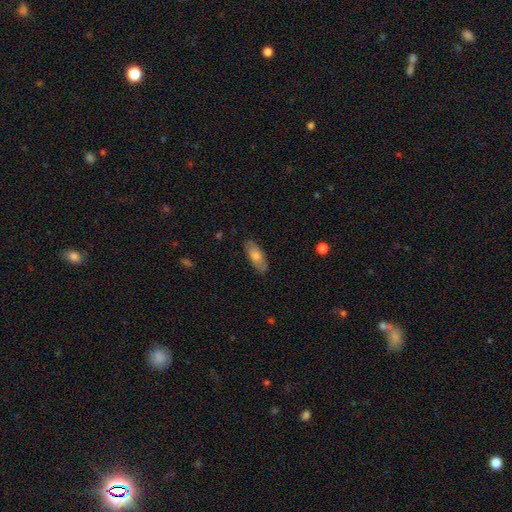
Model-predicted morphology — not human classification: smooth 67%, featured or disk 27%, star or artifact 7%. Down the decision tree: how rounded — in between (81%); merging — none (83%).